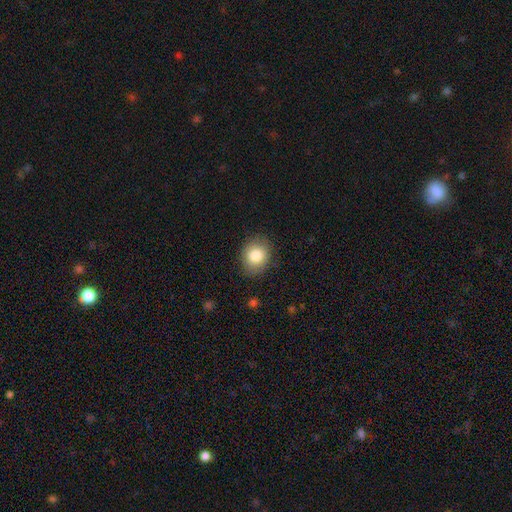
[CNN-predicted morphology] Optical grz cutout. It shows a smooth galaxy with no disk features (84%) that is round (59%). Merging: none (85%).